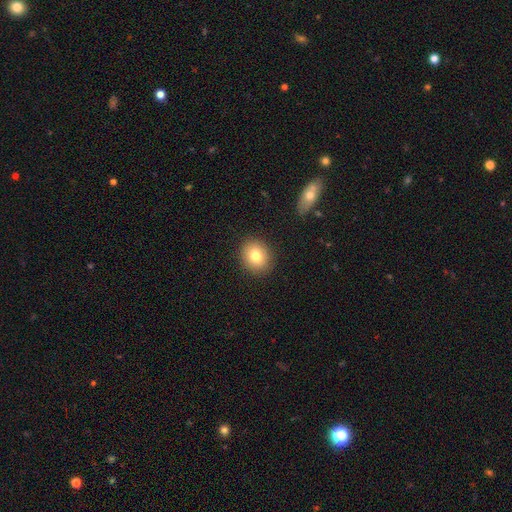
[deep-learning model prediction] smooth 78%, featured or disk 12%, star or artifact 10%. Down the decision tree: how rounded — round (66%); merging — none (89%).